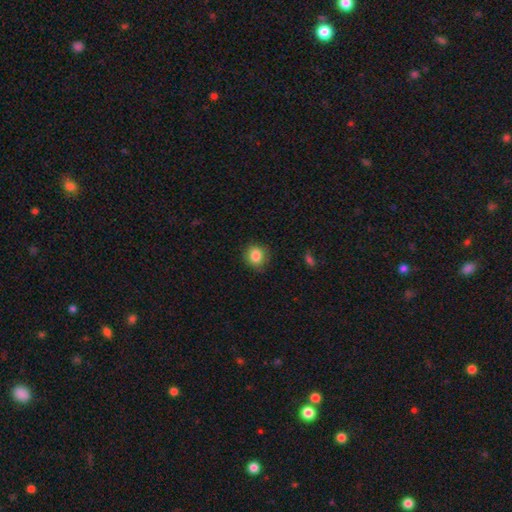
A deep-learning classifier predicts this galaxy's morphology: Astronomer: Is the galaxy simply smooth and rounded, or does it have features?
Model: smooth — 85%.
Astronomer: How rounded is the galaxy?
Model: round — 79%.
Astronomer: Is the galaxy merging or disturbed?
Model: none — 84%.